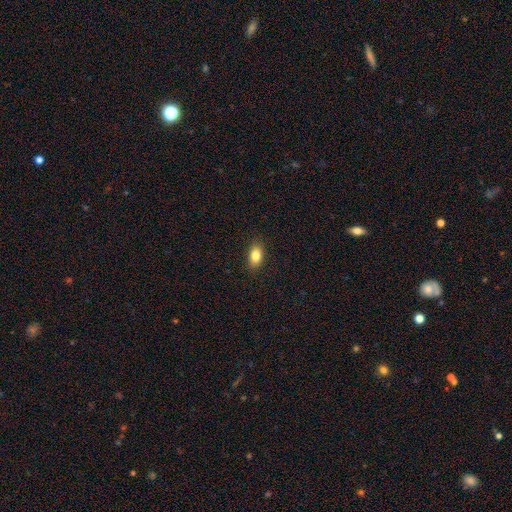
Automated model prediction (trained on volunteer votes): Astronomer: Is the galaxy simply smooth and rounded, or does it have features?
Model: smooth — 84%.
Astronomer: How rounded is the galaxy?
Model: in between — 87%.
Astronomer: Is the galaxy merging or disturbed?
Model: none — 87%.